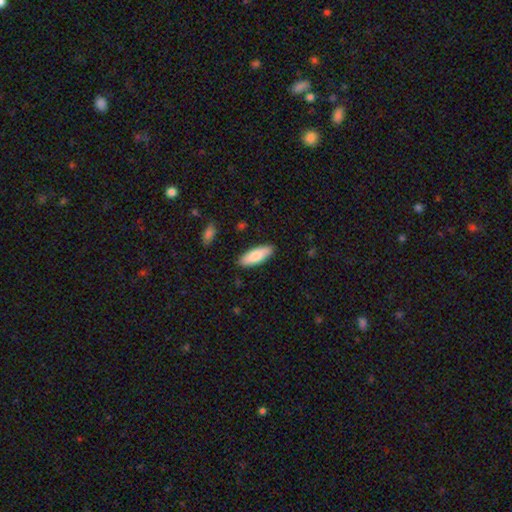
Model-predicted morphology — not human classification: Overall: smooth (82%). How rounded: in between (71%). Merging: none (88%).